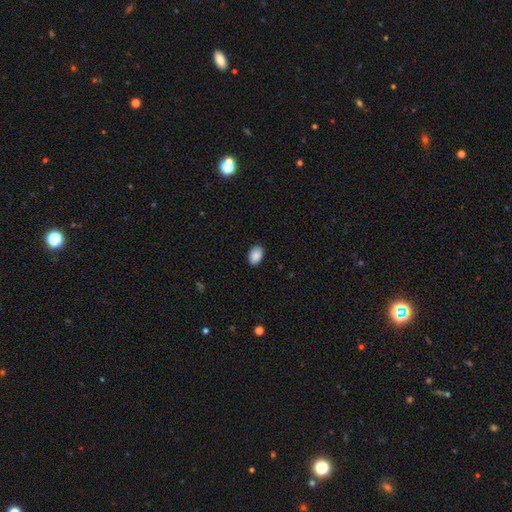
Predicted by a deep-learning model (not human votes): Q: Smooth or featured?
A: smooth (90%); runner-up: star or artifact (7%)
Q: How rounded?
A: in between (86%); runner-up: round (13%)
Q: Merging?
A: none (89%); runner-up: minor disturbance (8%)